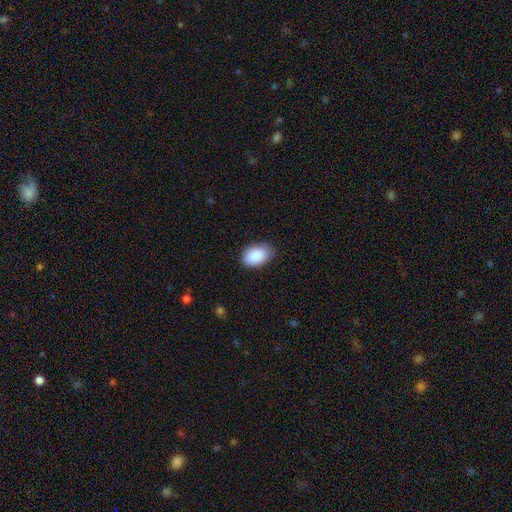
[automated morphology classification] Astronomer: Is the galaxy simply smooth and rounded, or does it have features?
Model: smooth — 89%.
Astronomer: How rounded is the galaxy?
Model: in between — 89%.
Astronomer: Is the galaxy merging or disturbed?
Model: none — 79%.